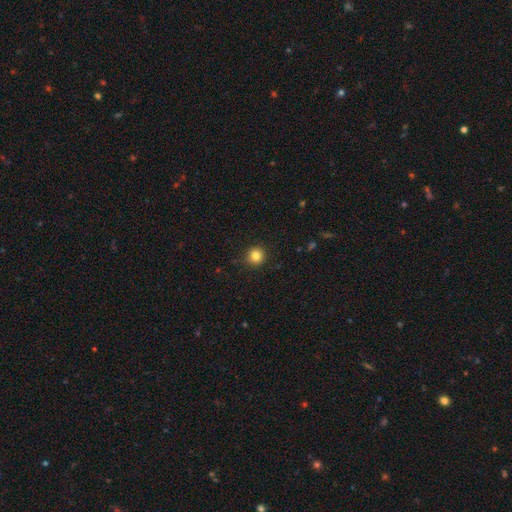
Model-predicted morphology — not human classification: A smooth galaxy with no disk features (83%) that is round (94%).

Vote fractions:
- Smooth or featured? smooth: 83% / star or artifact: 11% / featured or disk: 5%
- How rounded? round: 94% / in between: 5% / cigar-shaped: 1%
- Merging? none: 91% / minor disturbance: 6% / major disturbance: 2% / merger: 1%